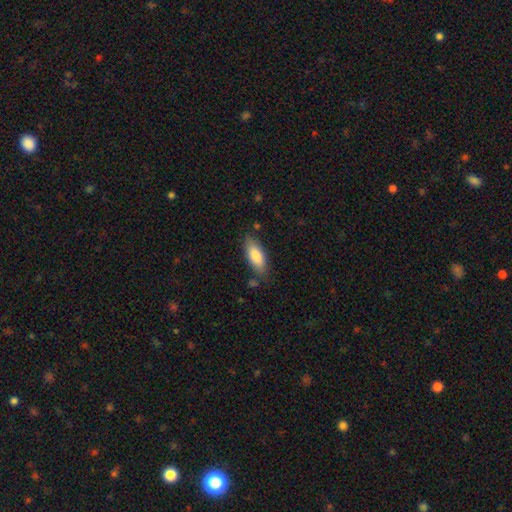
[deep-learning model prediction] A smooth galaxy with no disk features (83%) that is in between round and cigar-shaped (80%). Merging: none (78%).